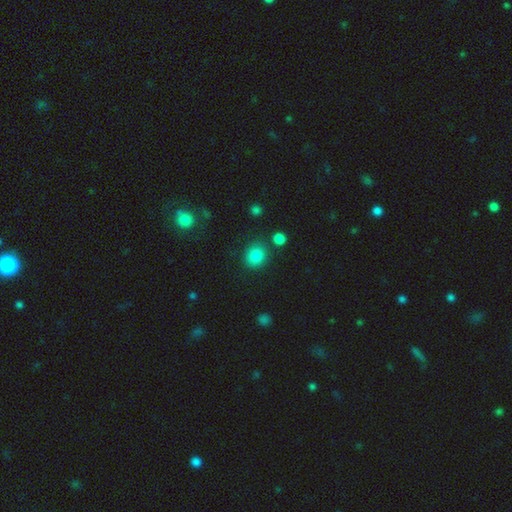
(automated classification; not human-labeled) Morphology: type=smooth (84%); roundness=round (75%); merging=none (81%).